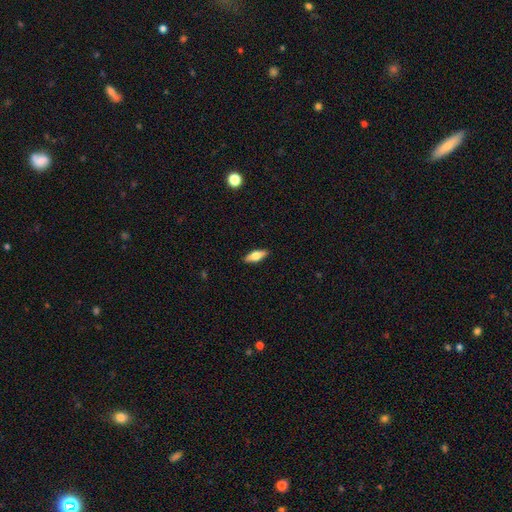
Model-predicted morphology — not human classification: A smooth galaxy with no disk features (63%) that is in between round and cigar-shaped (67%). Merging: none (90%).